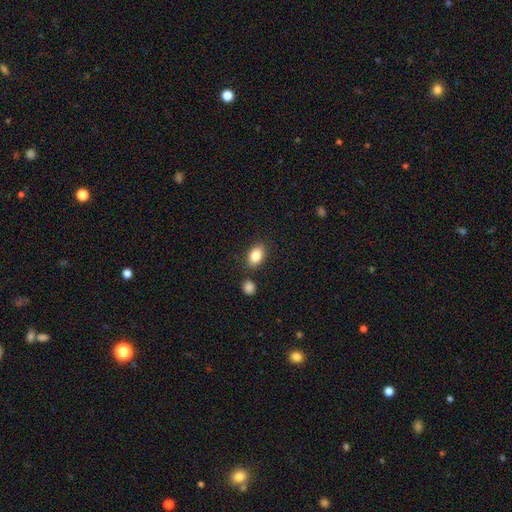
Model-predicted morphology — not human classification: This is clearly a smooth galaxy (85%). How rounded: clearly in between (86%). Merging: clearly none (81%).